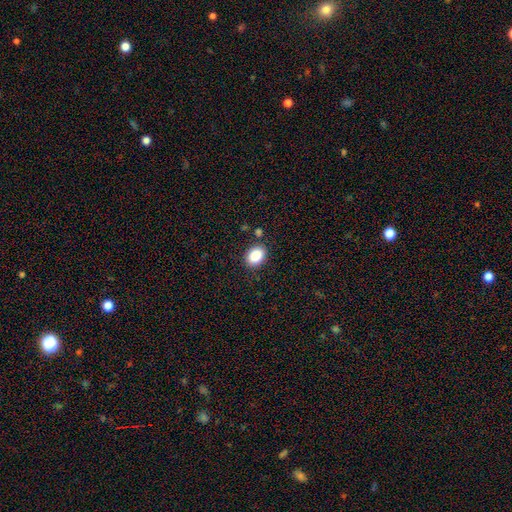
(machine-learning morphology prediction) This is clearly a smooth galaxy (87%). How rounded: likely in between (67%). Merging: clearly none (86%).